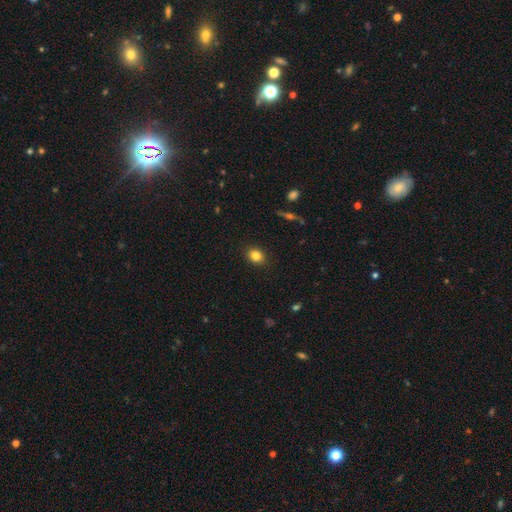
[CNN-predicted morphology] The model was most divided on "how rounded": round: 51%, in between: 48%, cigar-shaped: 1%. More confident: merging — none (89%); smooth or featured — smooth (82%).